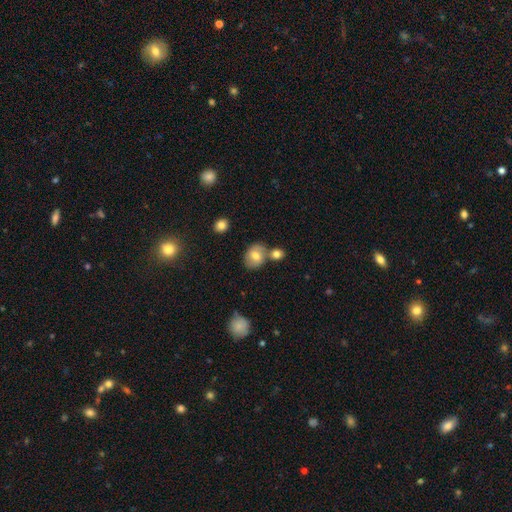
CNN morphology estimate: type=smooth (71%); roundness=round (51%); merging=none (59%).